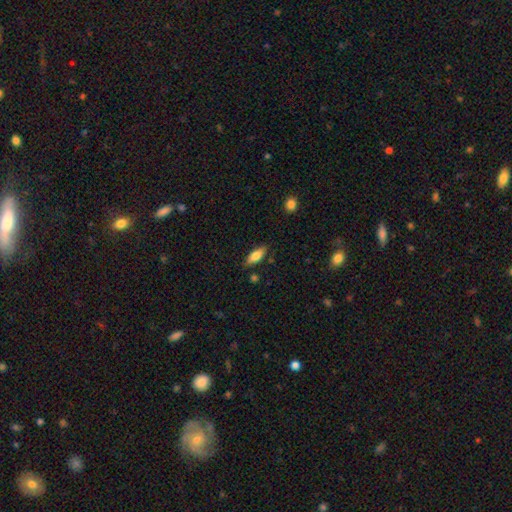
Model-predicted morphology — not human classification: This appears to be a smooth galaxy with no disk features (76%) that is in between round and cigar-shaped (71%). Merging: none (82%).